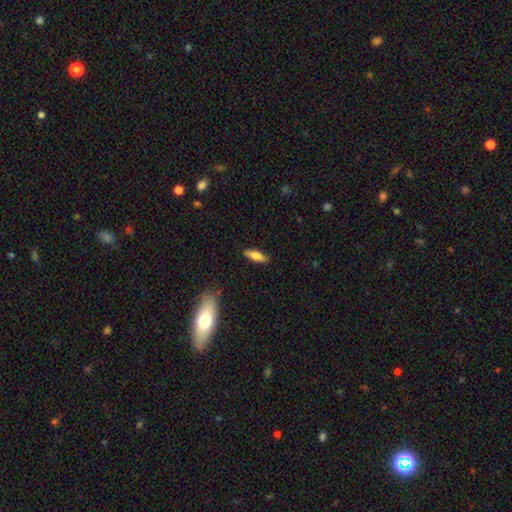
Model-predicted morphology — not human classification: This is likely a smooth galaxy (71%). How rounded: possibly in between (49%, tied with cigar-shaped). Merging: clearly none (87%).